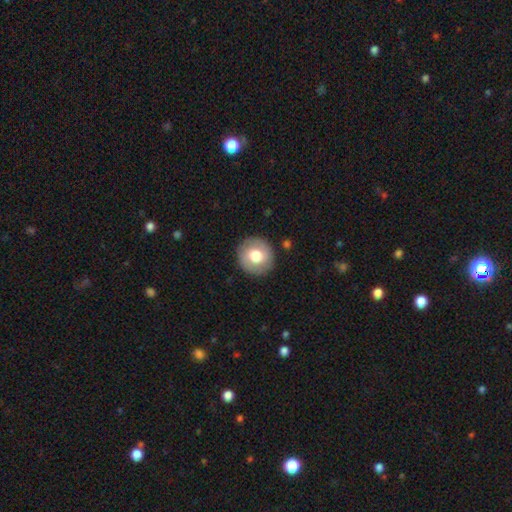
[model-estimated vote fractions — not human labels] Q: Smooth or featured?
A: smooth (66%); runner-up: featured or disk (27%)
Q: How rounded?
A: round (90%); runner-up: in between (9%)
Q: Merging?
A: none (89%); runner-up: minor disturbance (8%)